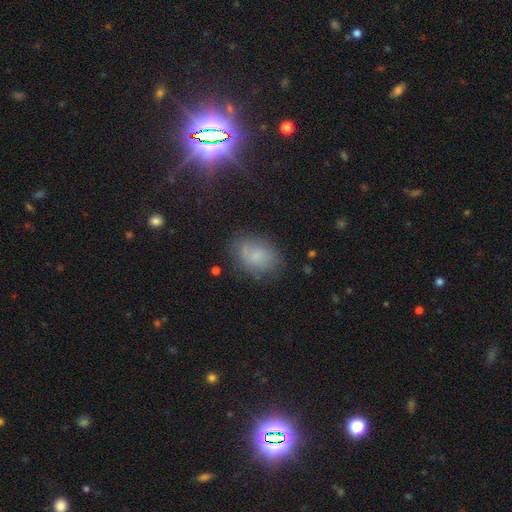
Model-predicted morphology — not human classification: This is likely a smooth galaxy (65%). How rounded: likely in between (78%). Merging: likely none (69%).